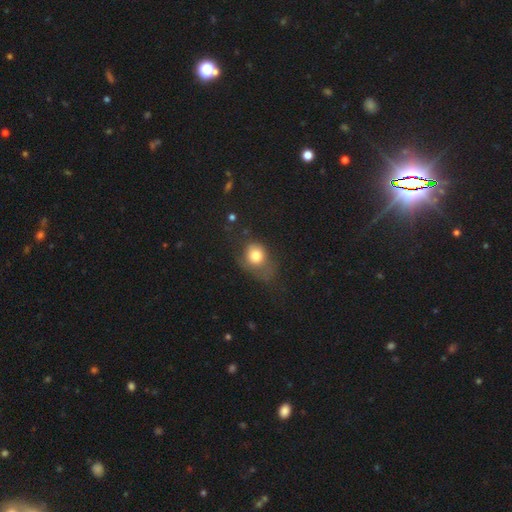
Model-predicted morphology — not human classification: Smooth or featured: smooth — 76% (featured or disk — 14%)
How rounded: round — 55% (in between — 44%)
Merging: none — 35% (major disturbance — 31%)